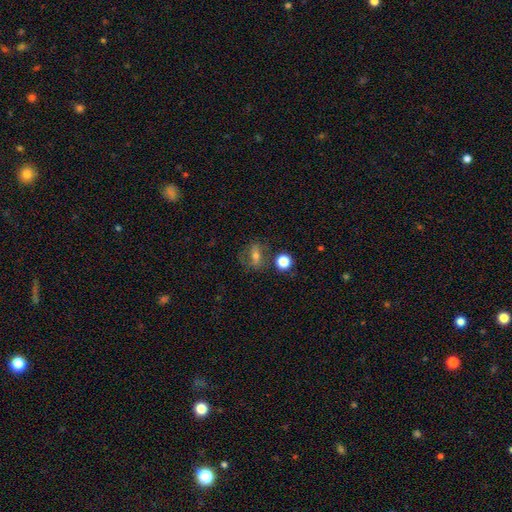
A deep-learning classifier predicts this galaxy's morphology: This is possibly a smooth galaxy (55%). How rounded: possibly in between (54%). Merging: likely none (62%).